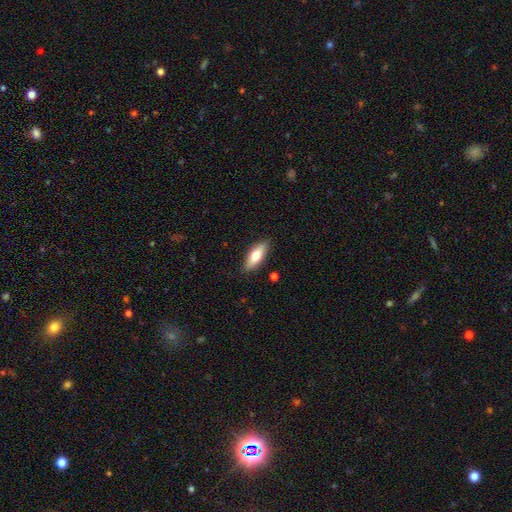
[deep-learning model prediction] Smooth or featured? Predicted: smooth (p=0.70). How rounded? Predicted: in between (p=0.70). Merging? Predicted: none (p=0.86).